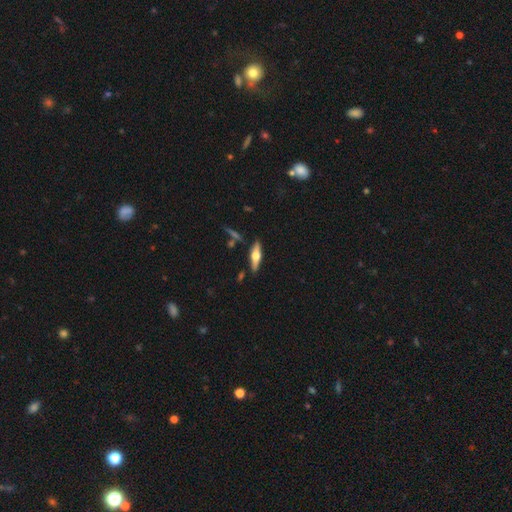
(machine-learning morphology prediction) type=featured or disk (65%); edge-on=yes (95%); edge-on bulge=rounded (94%); merging=none (85%).